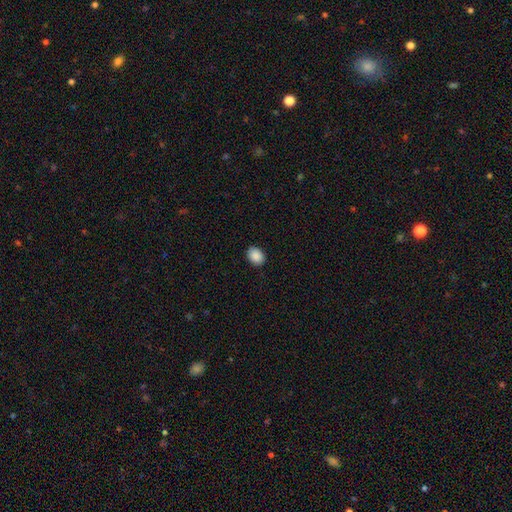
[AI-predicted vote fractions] The model was most divided on "how rounded": in between: 58%, round: 42%, cigar-shaped: 1%. More confident: smooth or featured — smooth (89%); merging — none (89%).